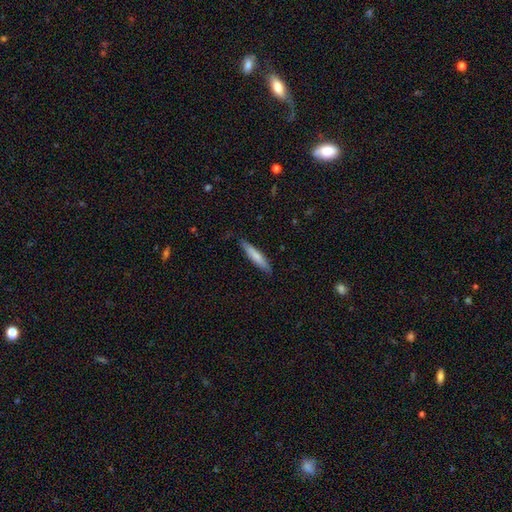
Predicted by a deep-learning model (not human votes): Morphology: type=smooth (73%); roundness=cigar-shaped (89%); merging=none (85%).